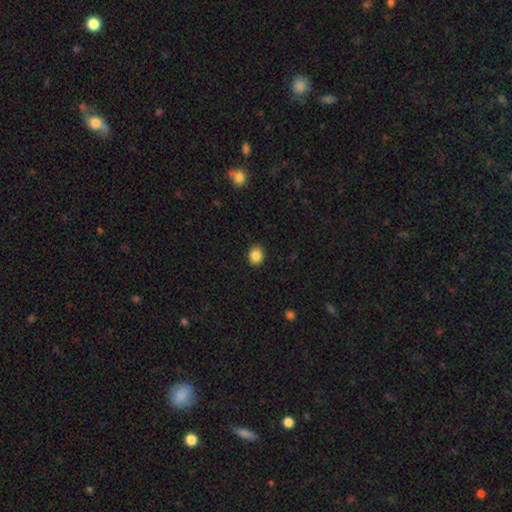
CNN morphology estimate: A smooth galaxy with no disk features (87%) that is round (60%).

Vote fractions:
- Smooth or featured? smooth: 87% / star or artifact: 9% / featured or disk: 4%
- How rounded? round: 60% / in between: 39% / cigar-shaped: 1%
- Merging? none: 90% / minor disturbance: 7% / major disturbance: 2% / merger: 1%